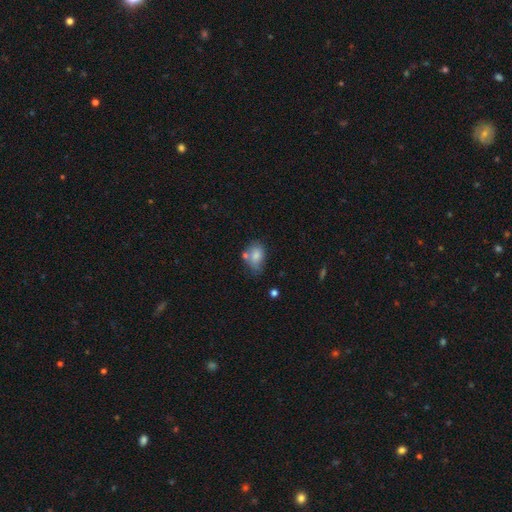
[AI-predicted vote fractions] Smooth or featured? Predicted: smooth (p=0.77). How rounded? Predicted: in between (p=0.81). Merging? Predicted: none (p=0.47).